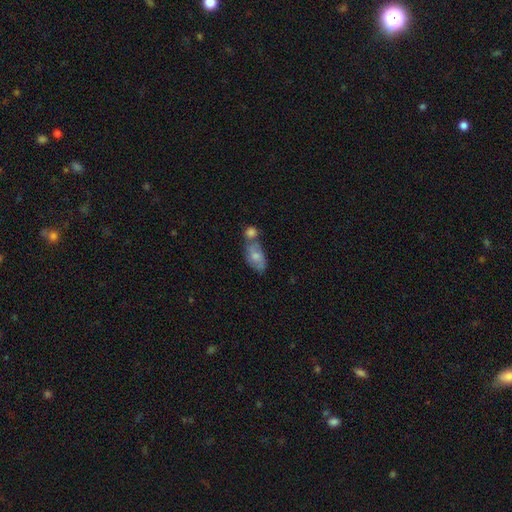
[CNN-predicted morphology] A smooth galaxy with no disk features (61%) that is in between round and cigar-shaped (88%).

Vote fractions:
- Smooth or featured? smooth: 61% / featured or disk: 31% / star or artifact: 8%
- How rounded? in between: 88% / round: 8% / cigar-shaped: 4%
- Merging? merger: 47% / none: 31% / minor disturbance: 15% / major disturbance: 7%